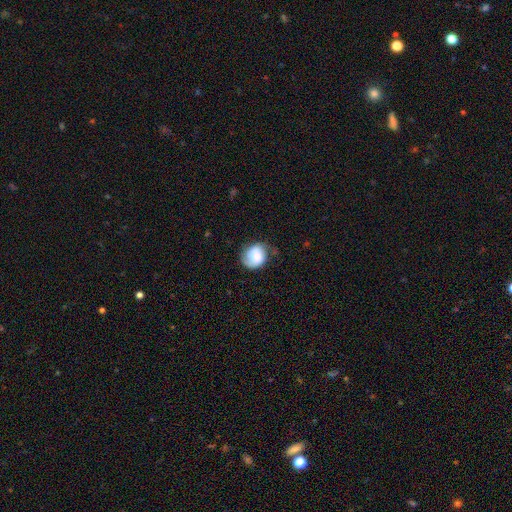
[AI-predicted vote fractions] Smooth or featured? Predicted: smooth (p=0.59). How rounded? Predicted: round (p=0.67). Merging? Predicted: none (p=0.53).